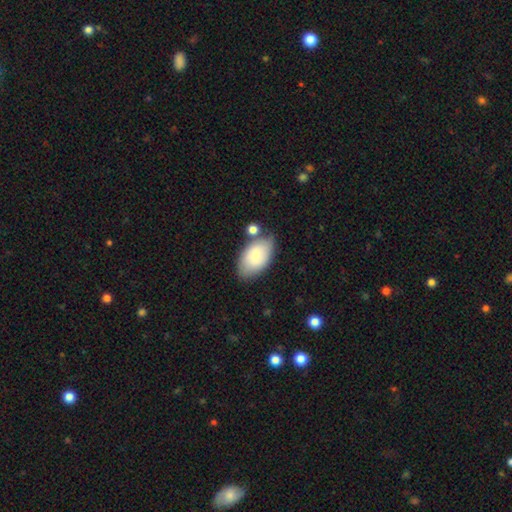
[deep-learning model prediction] Smooth or featured? Predicted: smooth (p=0.76). How rounded? Predicted: in between (p=0.94). Merging? Predicted: none (p=0.64).